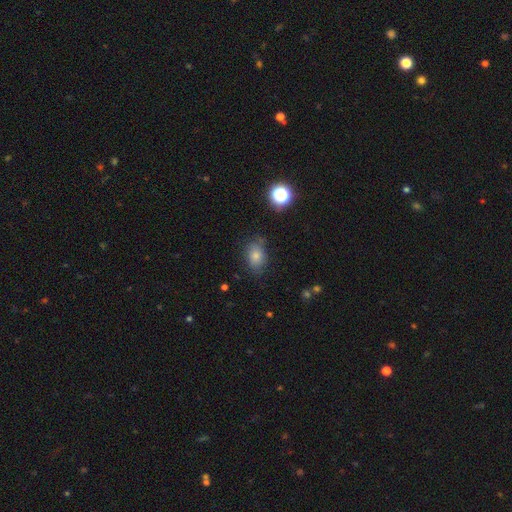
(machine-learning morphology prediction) This is likely a smooth galaxy (74%). How rounded: likely in between (78%). Merging: likely none (76%).